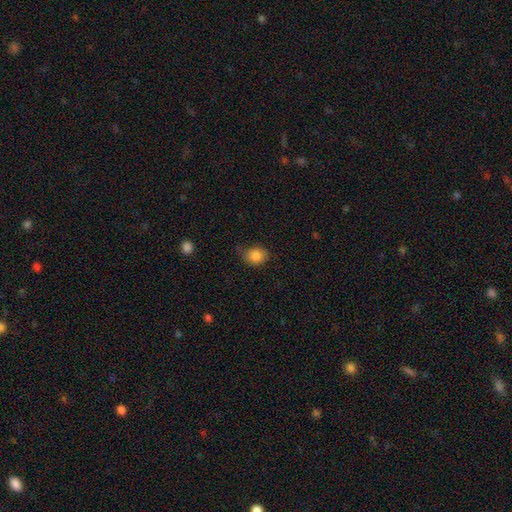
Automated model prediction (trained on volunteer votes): Q: Smooth or featured?
A: smooth (85%); runner-up: star or artifact (10%)
Q: How rounded?
A: round (61%); runner-up: in between (38%)
Q: Merging?
A: none (63%); runner-up: minor disturbance (28%)